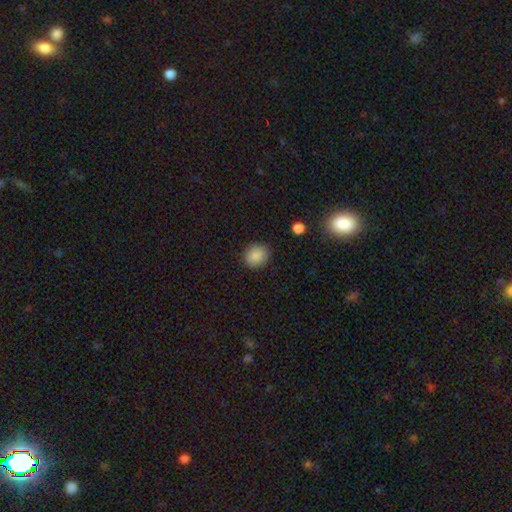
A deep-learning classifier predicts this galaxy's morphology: smooth 87%, star or artifact 9%, featured or disk 4%. Down the decision tree: how rounded — round (73%); merging — none (86%).